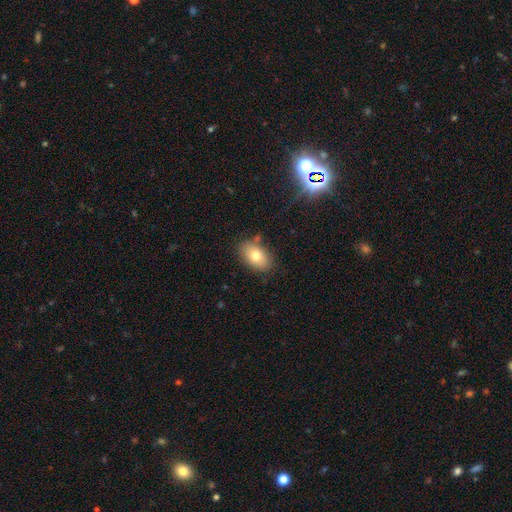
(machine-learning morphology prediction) The model was most divided on "smooth or featured": smooth: 75%, featured or disk: 16%, star or artifact: 9%. More confident: how rounded — in between (87%); merging — none (81%).